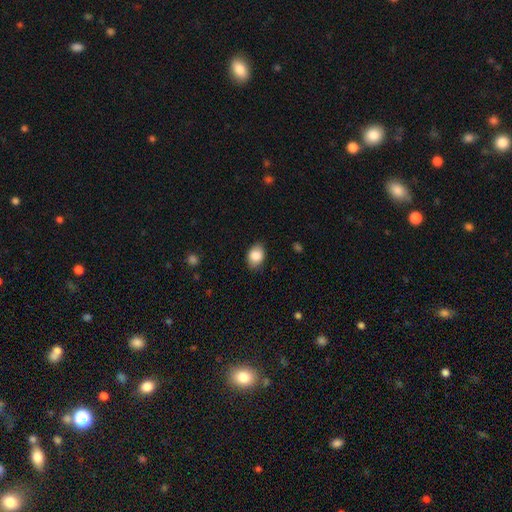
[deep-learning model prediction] smooth_or_featured: smooth (p=0.85) [alt: featured or disk p=0.08]
how_rounded: in between (p=0.79) [alt: round p=0.20]
merging: none (p=0.83) [alt: minor disturbance p=0.13]